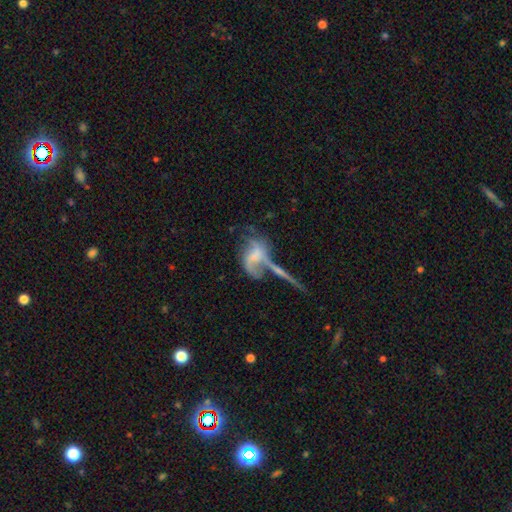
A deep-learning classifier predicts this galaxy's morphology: smooth_or_featured: featured or disk (p=0.59) [alt: smooth p=0.31]
disk_edge_on: no (p=0.89) [alt: yes p=0.11]
bar: no (p=0.60) [alt: weak p=0.28]
has_spiral_arms: yes (p=0.61) [alt: no p=0.39]
bulge_size: none (p=0.45) [alt: small p=0.22]
merging: merger (p=0.35) [alt: major disturbance p=0.28]